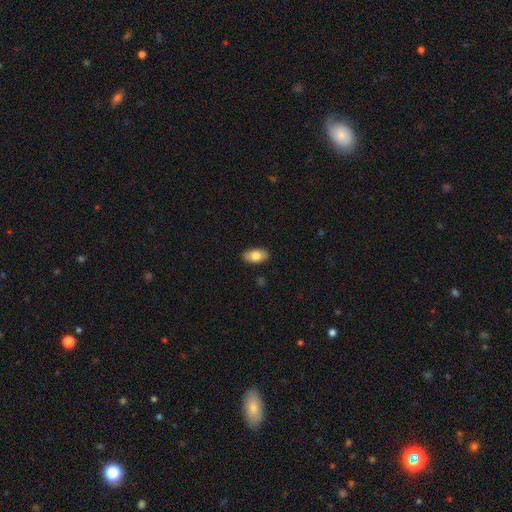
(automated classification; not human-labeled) This is likely a smooth galaxy (79%). How rounded: clearly in between (94%). Merging: clearly none (89%).